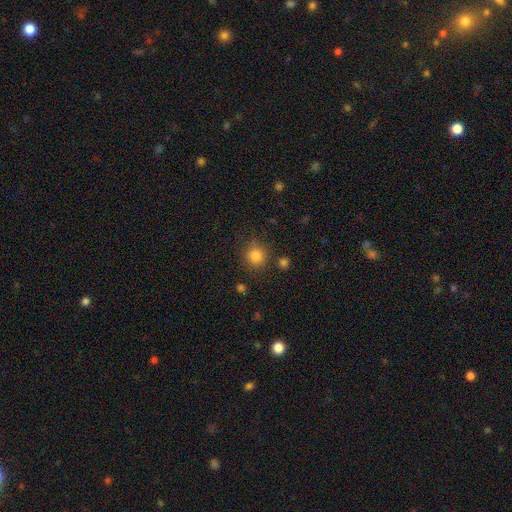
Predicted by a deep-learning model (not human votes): Smooth or featured? smooth (83%)
How rounded? round (92%)
Merging? none (83%)